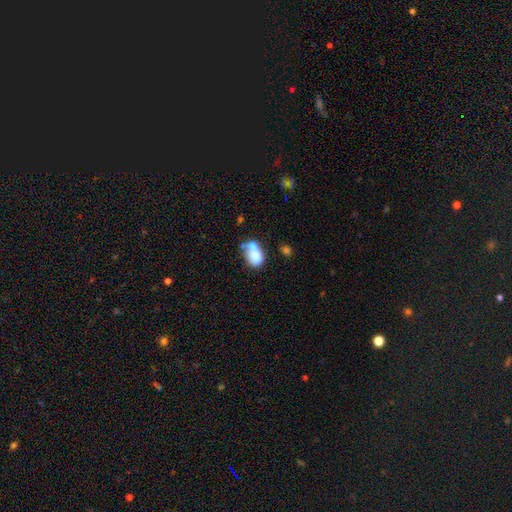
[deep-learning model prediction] Overall: smooth (70%). How rounded: in between (74%). Merging: merger (50%; none 26%).